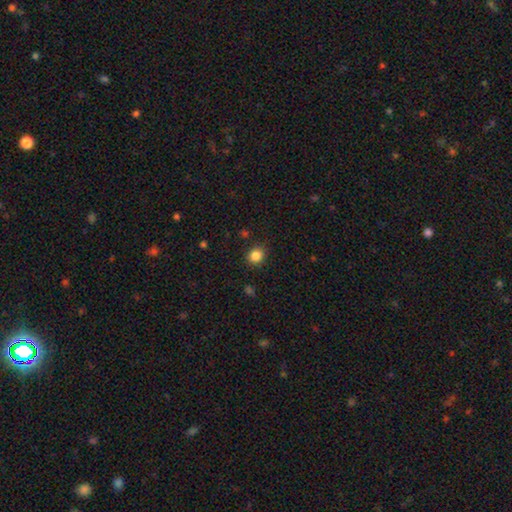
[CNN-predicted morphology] Overall: smooth (85%). How rounded: round (78%). Merging: none (88%).